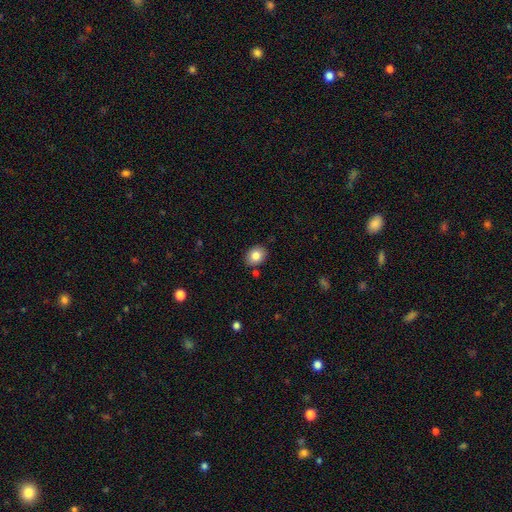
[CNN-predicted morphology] Smooth or featured? Predicted: smooth (p=0.83). How rounded? Predicted: in between (p=0.55). Merging? Predicted: none (p=0.83).